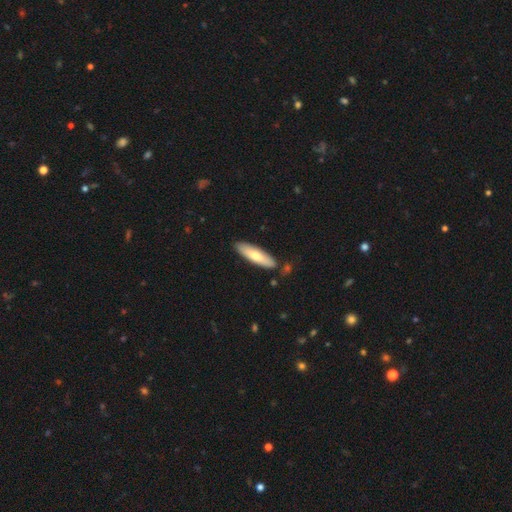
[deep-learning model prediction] The model was most divided on "how rounded": cigar-shaped: 61%, in between: 37%, round: 1%. More confident: merging — none (84%); smooth or featured — smooth (68%).